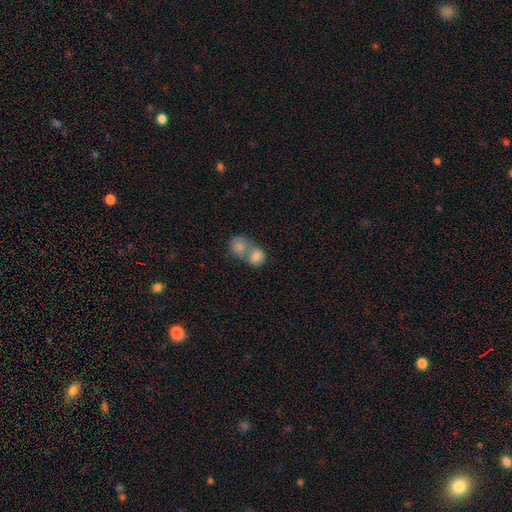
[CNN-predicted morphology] Overall: smooth (81%). How rounded: round (67%; in between 32%). Merging: merger (75%).